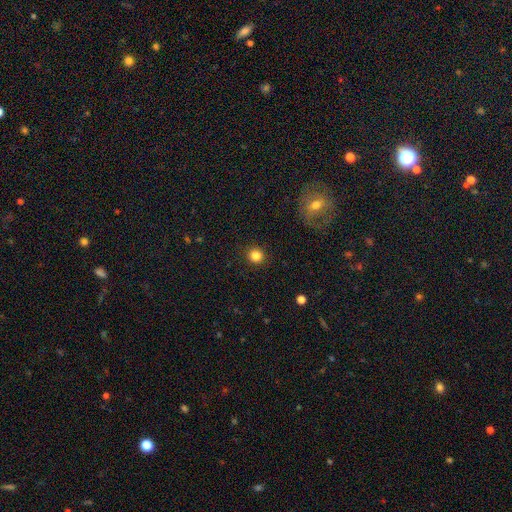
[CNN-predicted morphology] smooth_or_featured: smooth (p=0.83) [alt: star or artifact p=0.12]
how_rounded: round (p=0.93) [alt: in between p=0.06]
merging: none (p=0.92) [alt: minor disturbance p=0.05]